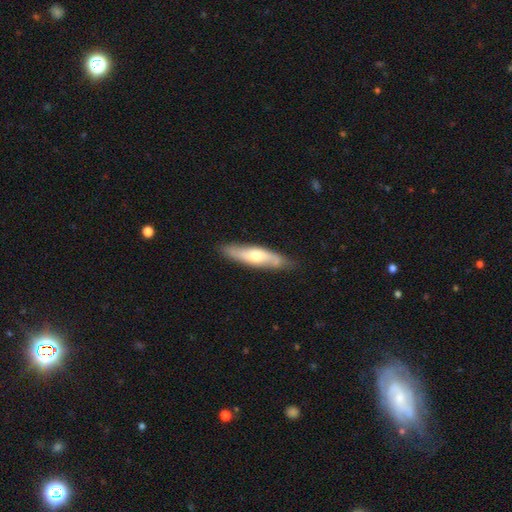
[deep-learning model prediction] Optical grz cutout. It shows a featured or disk galaxy (49%). Merging: none (82%).